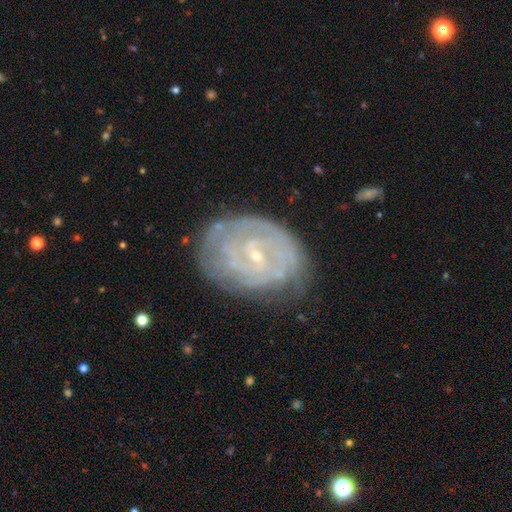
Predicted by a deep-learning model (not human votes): Smooth or featured? featured or disk (79%)
Edge-on disk? no (97%)
Bar? weak (45%)
Spiral arms? yes (85%)
Spiral winding? tight (72%)
Spiral arm count? can't tell (48%)
Bulge size? small (83%)
Merging? none (68%)